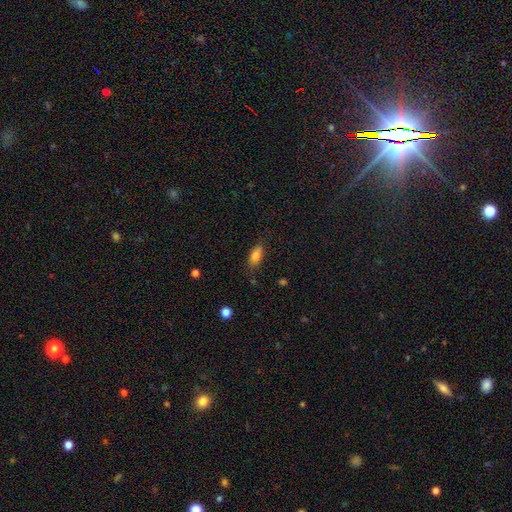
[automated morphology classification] smooth 81%, featured or disk 10%, star or artifact 9%. Down the decision tree: how rounded — in between (83%); merging — none (75%).